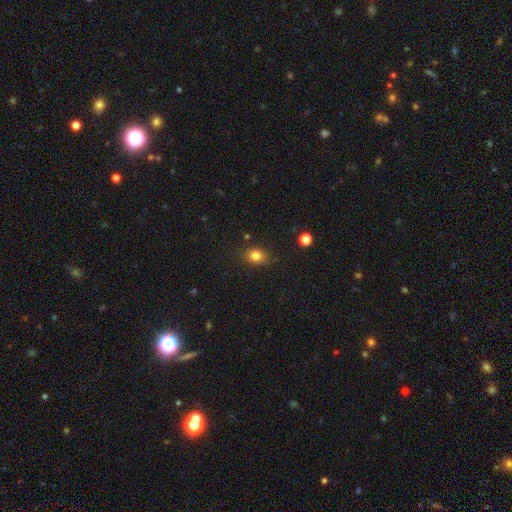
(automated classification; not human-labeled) This appears to be a smooth galaxy with no disk features (81%) that is in between round and cigar-shaped (52%). Merging: none (81%).